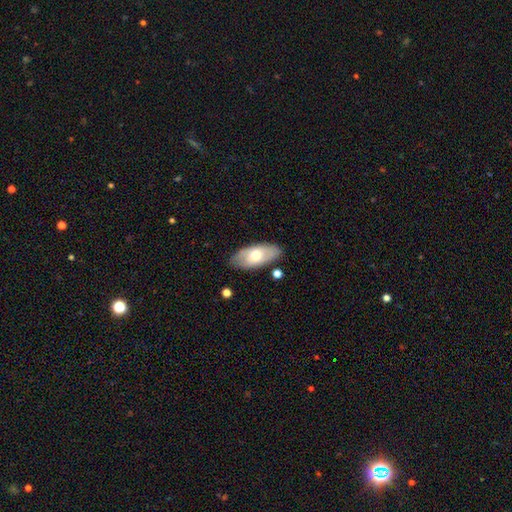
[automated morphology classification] This is possibly a smooth galaxy (59%). How rounded: clearly in between (91%). Merging: clearly none (82%).